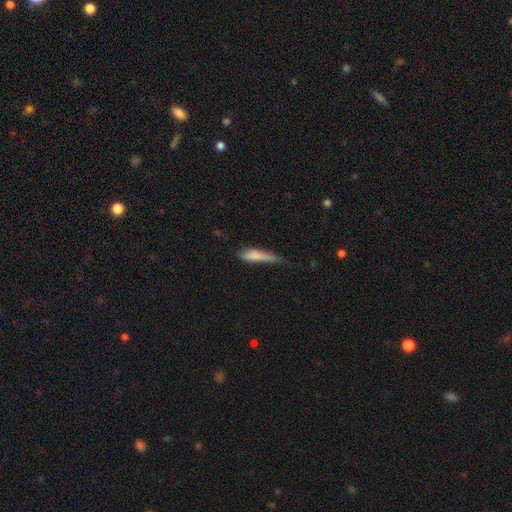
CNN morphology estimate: A smooth galaxy with no disk features (75%) that is cigar-shaped (75%).

Vote fractions:
- Smooth or featured? smooth: 75% / featured or disk: 18% / star or artifact: 7%
- How rounded? cigar-shaped: 75% / in between: 23% / round: 2%
- Merging? minor disturbance: 41% / none: 39% / major disturbance: 16% / merger: 4%